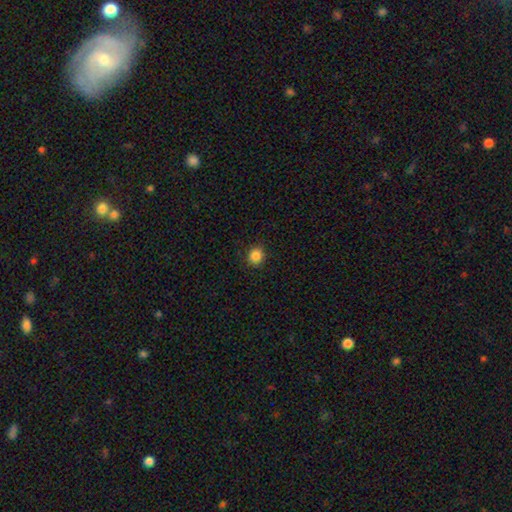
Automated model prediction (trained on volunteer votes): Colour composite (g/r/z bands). It shows a smooth galaxy with no disk features (86%) that is round (89%). Merging: none (90%).